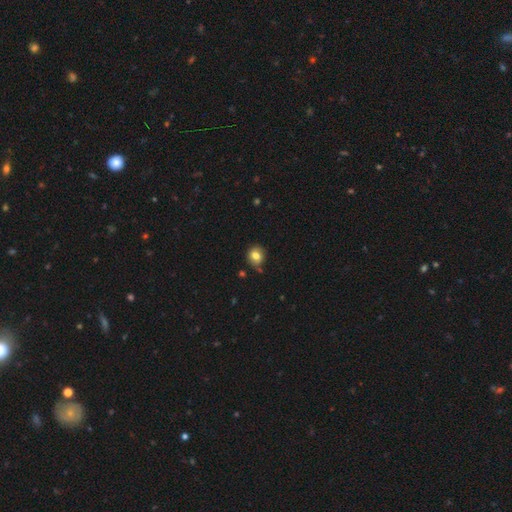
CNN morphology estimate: Smooth or featured? Predicted: smooth (p=0.79). How rounded? Predicted: round (p=0.78). Merging? Predicted: none (p=0.71).